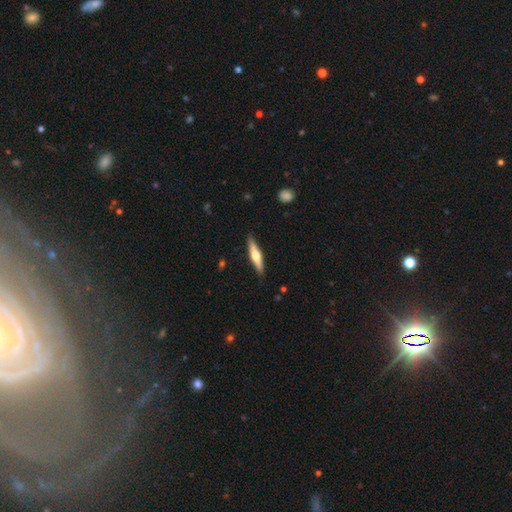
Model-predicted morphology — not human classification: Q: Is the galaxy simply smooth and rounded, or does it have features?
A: featured or disk — 55%.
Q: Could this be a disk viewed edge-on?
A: yes — 96%.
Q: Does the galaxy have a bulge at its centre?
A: rounded — 92%.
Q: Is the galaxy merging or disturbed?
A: none — 90%.